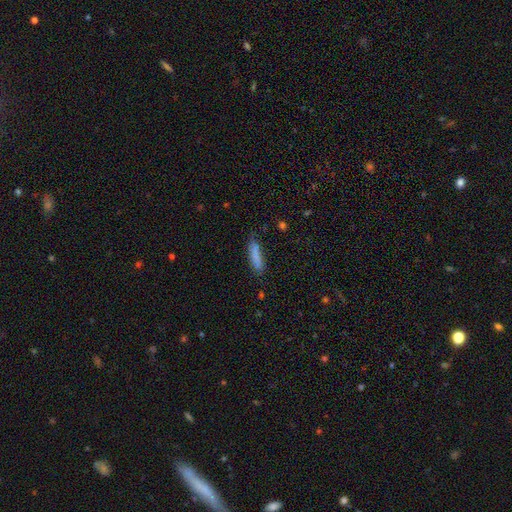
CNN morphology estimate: type=smooth (82%); roundness=cigar-shaped (75%); merging=none (74%).